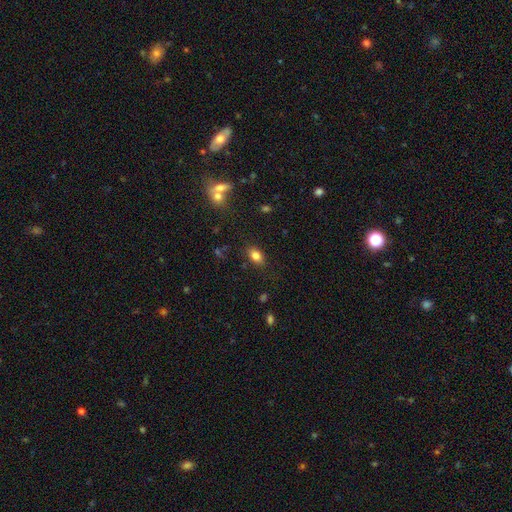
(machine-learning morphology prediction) This is clearly a smooth galaxy (82%). How rounded: clearly in between (85%). Merging: clearly none (83%).